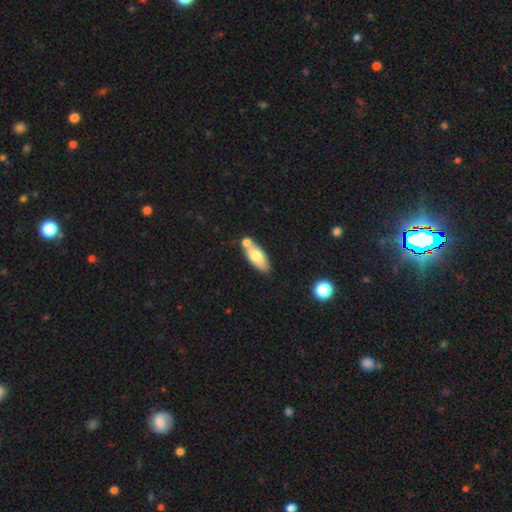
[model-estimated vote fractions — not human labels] Morphology: type=smooth (70%); roundness=in between (76%); merging=none (51%).